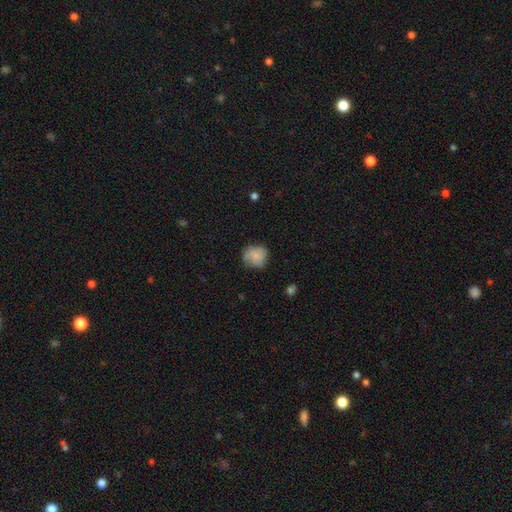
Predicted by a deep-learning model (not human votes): Smooth or featured? smooth (73%)
How rounded? round (82%)
Merging? none (67%)